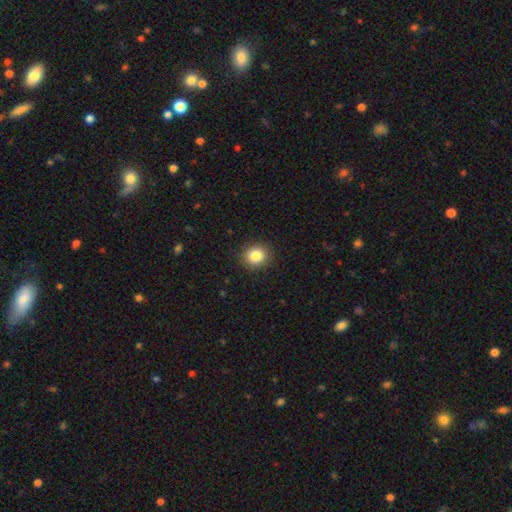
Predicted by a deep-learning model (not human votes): Morphology: type=smooth (85%); roundness=round (77%); merging=none (90%).